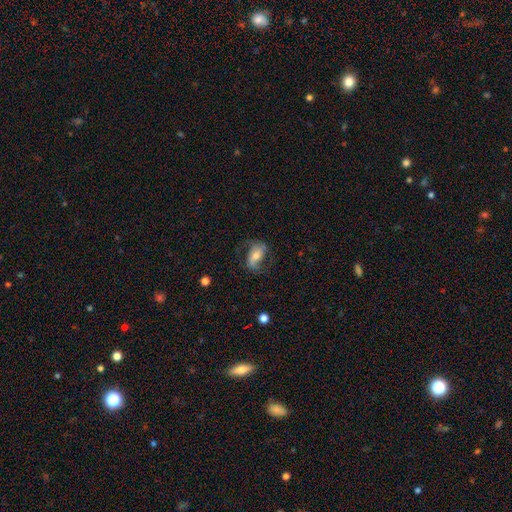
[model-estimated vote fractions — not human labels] smooth-or-featured: featured or disk: 54% | smooth: 38% | star or artifact: 8%
  disk-edge-on: no: 93% | yes: 7%
    bar: no: 40% | strong: 30% | weak: 30%
    has-spiral-arms: yes: 79% | no: 21%
    bulge-size: moderate: 57% | small: 33% | large: 7% | none: 2% | dominant: 2%
  merging: none: 64% | minor disturbance: 20% | major disturbance: 15% | merger: 1%